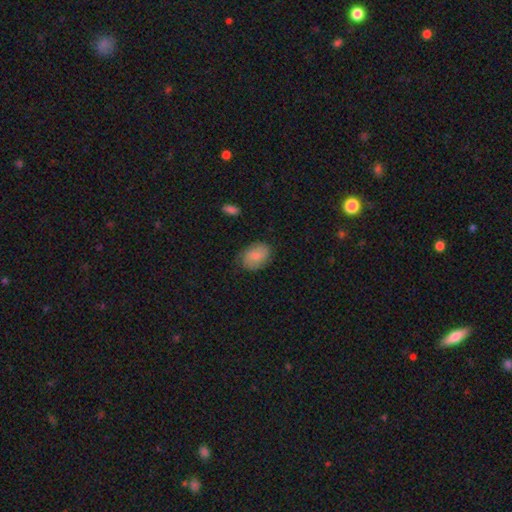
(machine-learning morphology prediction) Overall: smooth (68%). How rounded: in between (77%). Merging: none (77%).